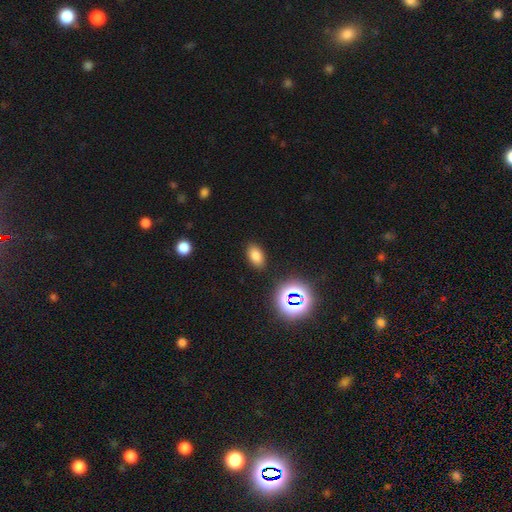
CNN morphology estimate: A smooth galaxy with no disk features (74%) that is in between round and cigar-shaped (89%). Merging: none (87%).